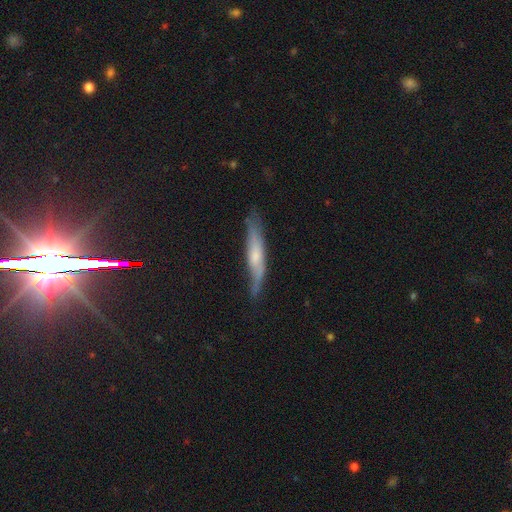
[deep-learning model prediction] Smooth or featured: featured or disk — 50% (smooth — 43%)
Merging: none — 66% (minor disturbance — 25%)